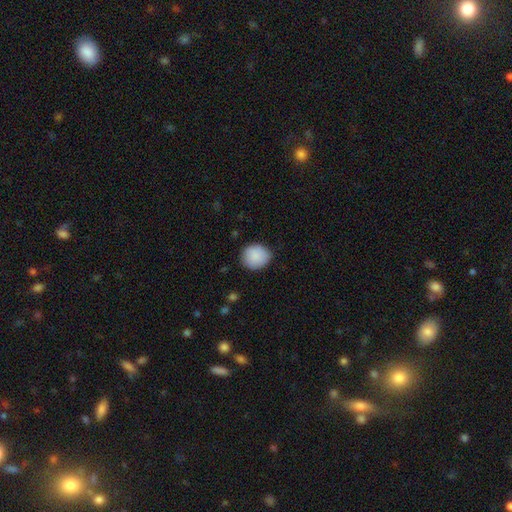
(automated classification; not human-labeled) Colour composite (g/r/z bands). It shows a smooth galaxy with no disk features (89%) that is round (80%). Merging: none (83%).